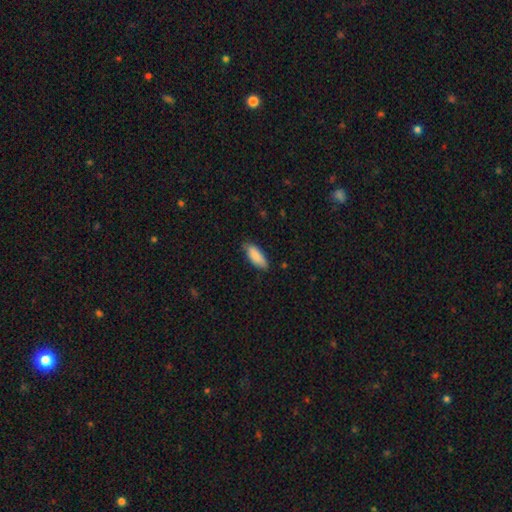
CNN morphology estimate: Q: Smooth or featured?
A: smooth (88%); runner-up: star or artifact (6%)
Q: How rounded?
A: in between (74%); runner-up: cigar-shaped (24%)
Q: Merging?
A: none (78%); runner-up: minor disturbance (18%)